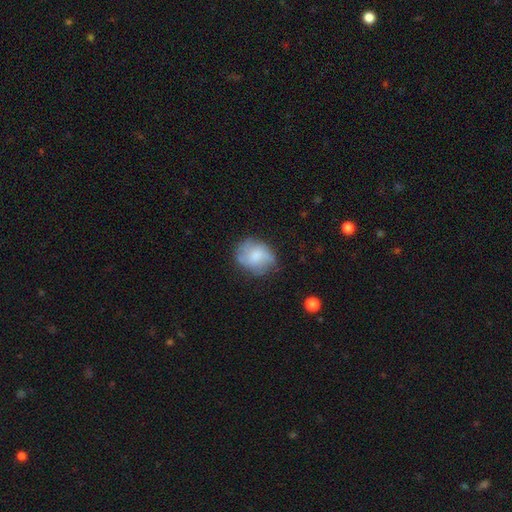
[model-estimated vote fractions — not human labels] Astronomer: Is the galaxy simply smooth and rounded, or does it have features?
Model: smooth — 62%.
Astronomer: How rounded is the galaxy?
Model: round — 59% (runner-up: in between, 40%).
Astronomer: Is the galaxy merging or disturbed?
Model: none — 60%.